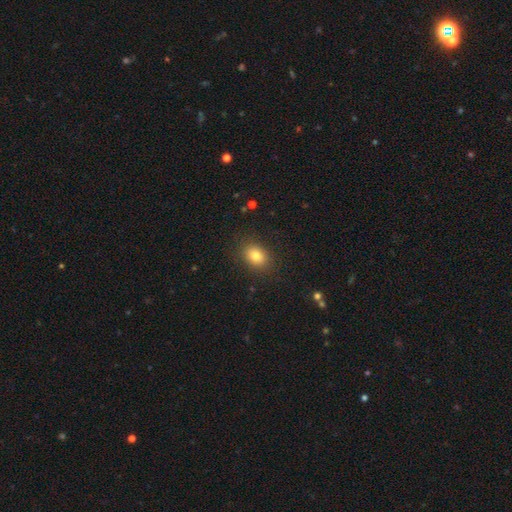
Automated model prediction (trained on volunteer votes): Smooth or featured? Predicted: smooth (p=0.82). How rounded? Predicted: in between (p=0.66). Merging? Predicted: none (p=0.87).